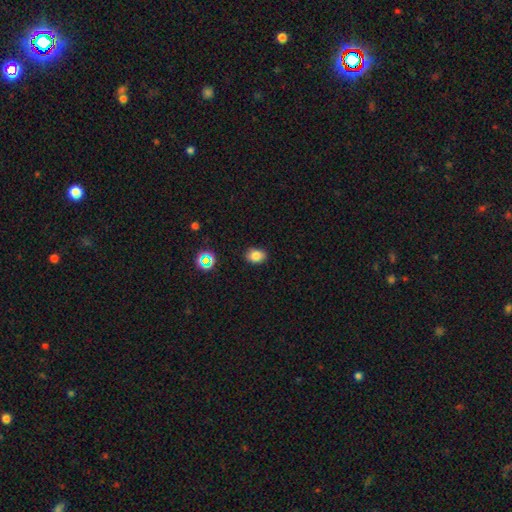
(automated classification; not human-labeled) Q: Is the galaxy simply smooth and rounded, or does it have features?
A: smooth — 81%.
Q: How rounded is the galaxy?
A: in between — 66%.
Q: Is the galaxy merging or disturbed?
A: none — 85%.